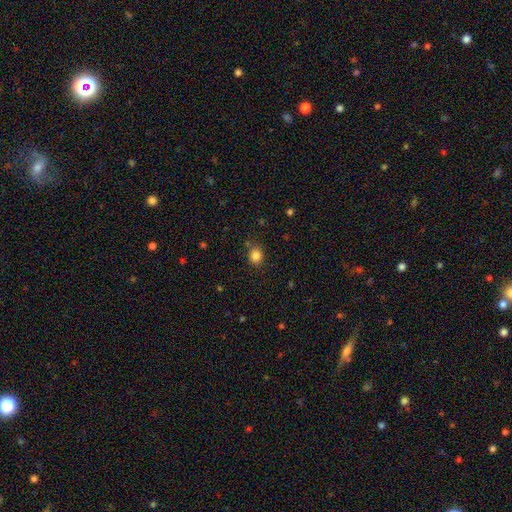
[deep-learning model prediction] This appears to be a smooth galaxy with no disk features (83%) that is round (71%). Merging: none (81%).